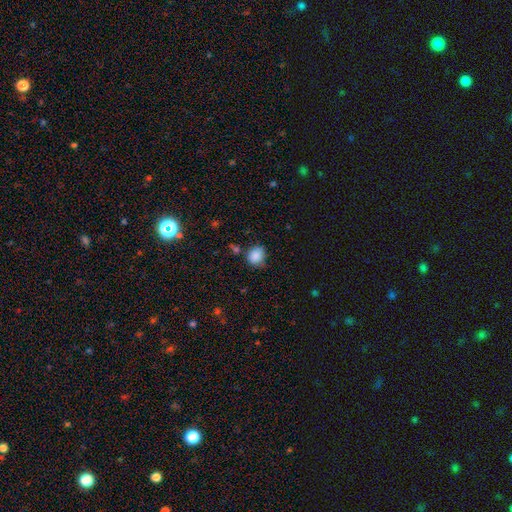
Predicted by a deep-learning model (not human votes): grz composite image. It shows a smooth galaxy with no disk features (86%) that is round (73%). Merging: none (67%).